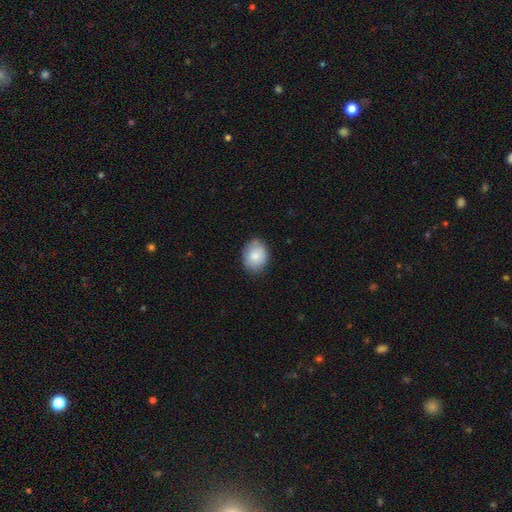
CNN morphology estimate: Smooth or featured: smooth — 86% (featured or disk — 8%)
How rounded: in between — 57% (round — 42%)
Merging: none — 82% (minor disturbance — 15%)